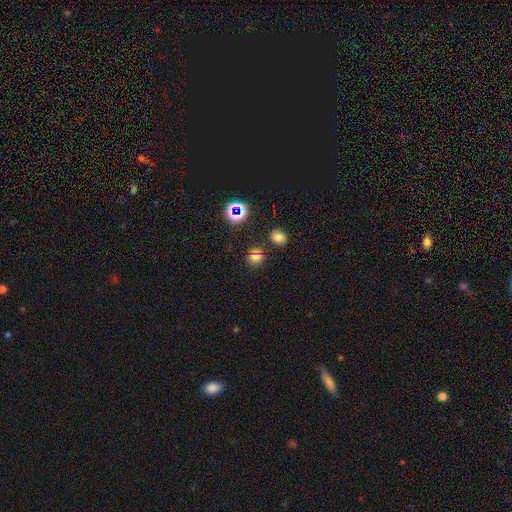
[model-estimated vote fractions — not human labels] Smooth or featured?
  - smooth: 63% *
  - star or artifact: 30%
  - featured or disk: 7%
How rounded?
  - round: 78% *
  - in between: 20%
  - cigar-shaped: 1%
Merging?
  - none: 79% *
  - minor disturbance: 10%
  - merger: 8%
  - major disturbance: 3%